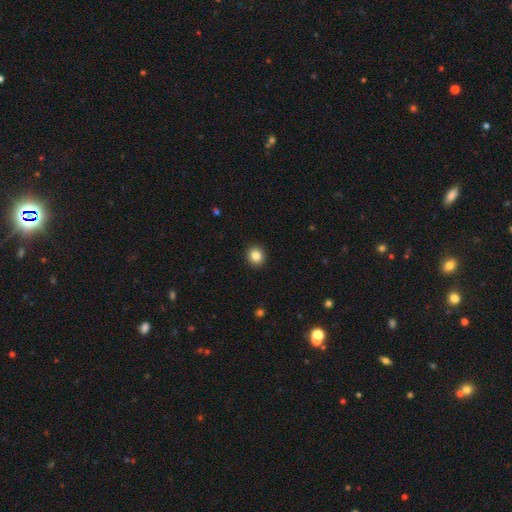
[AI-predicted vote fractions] A smooth galaxy with no disk features (85%) that is round (89%). Merging: none (93%).